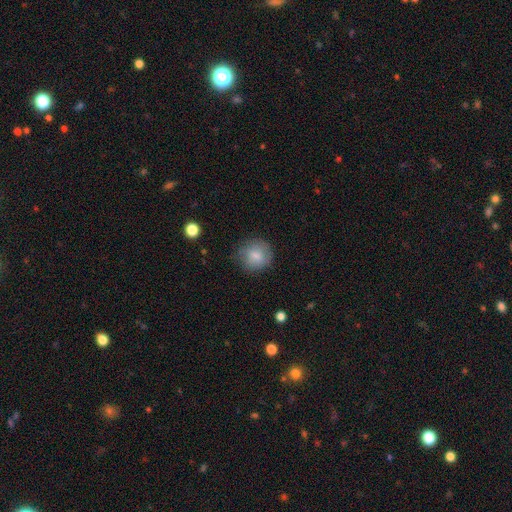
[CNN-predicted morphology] smooth_or_featured: smooth (p=0.80) [alt: featured or disk p=0.12]
how_rounded: round (p=0.83) [alt: in between p=0.16]
merging: none (p=0.75) [alt: minor disturbance p=0.18]